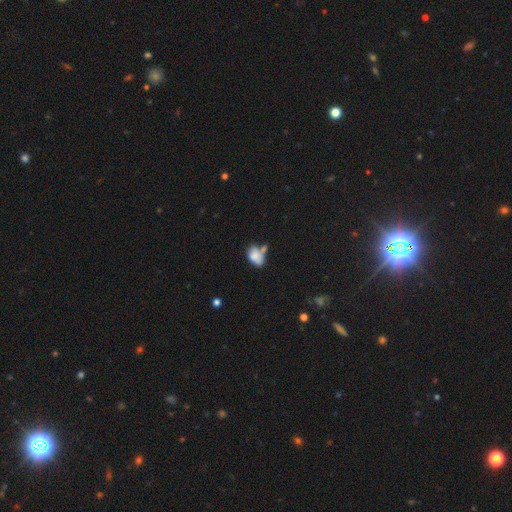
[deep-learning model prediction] A smooth galaxy with no disk features (74%) that is in between round and cigar-shaped (83%). Merging: merger (34%).